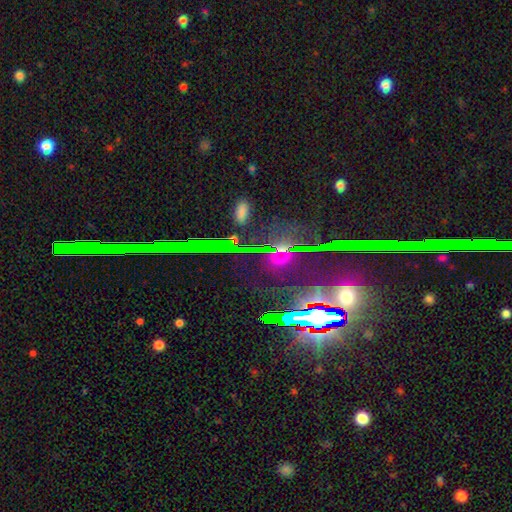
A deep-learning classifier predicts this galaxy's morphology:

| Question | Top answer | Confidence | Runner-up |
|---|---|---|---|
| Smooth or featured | star or artifact | 79% | featured or disk (12%) |